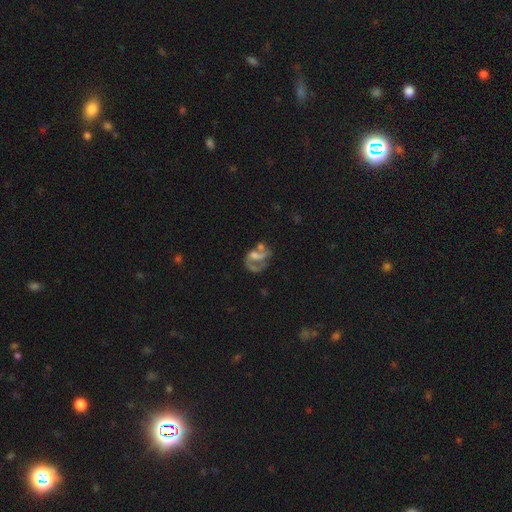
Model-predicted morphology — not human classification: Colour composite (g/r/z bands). It shows a featured or disk galaxy (67%) with no bar (56%), spiral arms (69%) and a moderate central bulge (34%). Merging: major disturbance (32%).